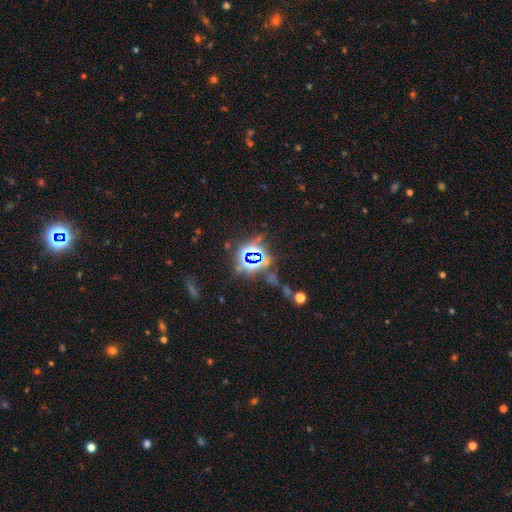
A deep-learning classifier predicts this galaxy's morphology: Smooth or featured?
  - star or artifact: 78% *
  - smooth: 13%
  - featured or disk: 8%